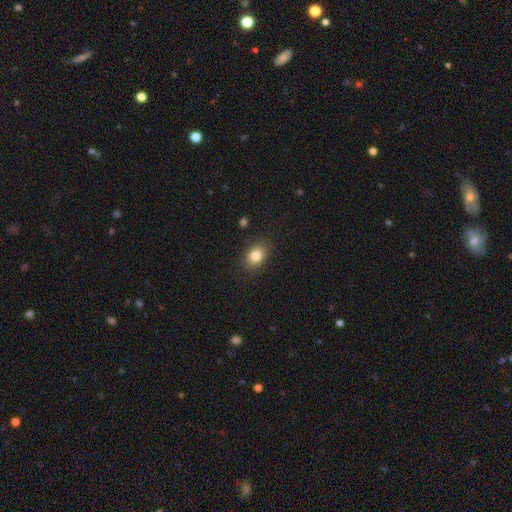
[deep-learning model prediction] A smooth galaxy with no disk features (83%) that is in between round and cigar-shaped (66%). Merging: none (85%).